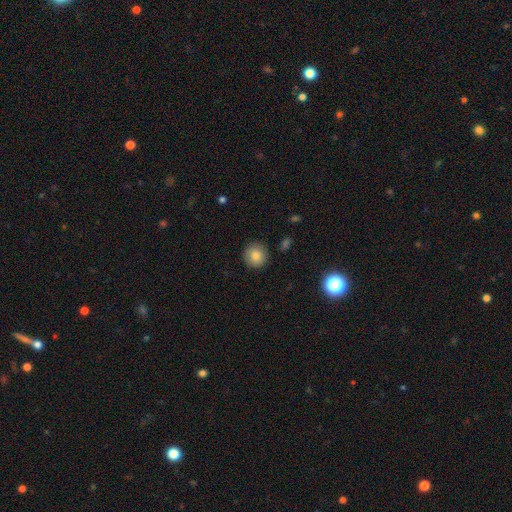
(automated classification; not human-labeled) This is clearly a smooth galaxy (82%). How rounded: clearly round (92%). Merging: clearly none (88%).